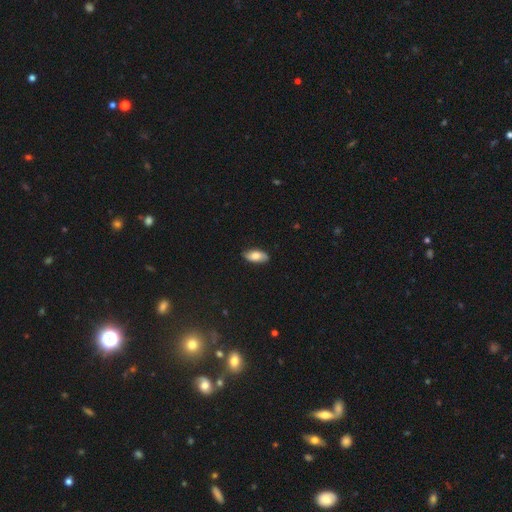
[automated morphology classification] type=smooth (71%); roundness=in between (90%); merging=none (83%).